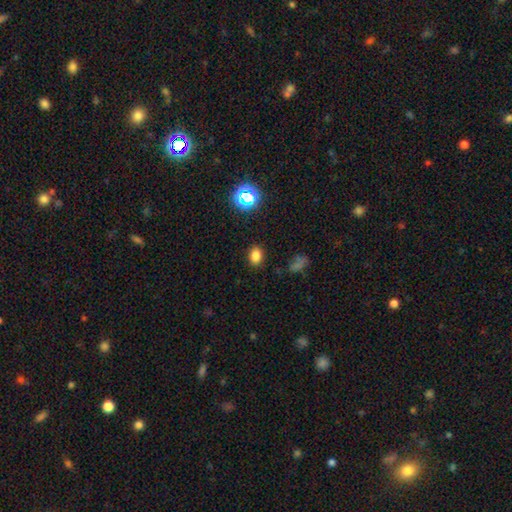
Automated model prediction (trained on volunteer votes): This appears to be a smooth galaxy with no disk features (79%) that is in between round and cigar-shaped (71%). Merging: none (86%).